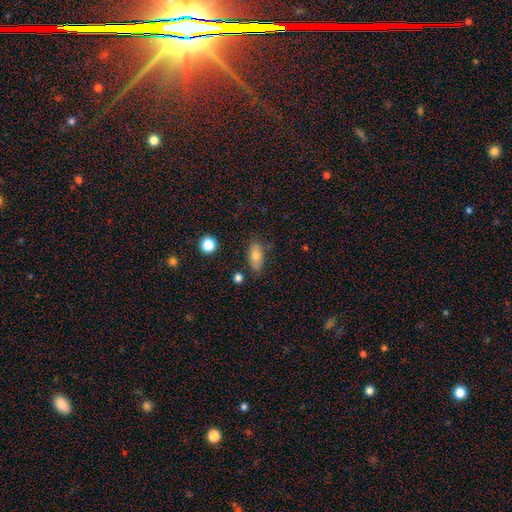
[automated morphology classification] The model was most divided on "smooth or featured": smooth: 74%, featured or disk: 17%, star or artifact: 9%. More confident: how rounded — in between (86%); merging — none (77%).